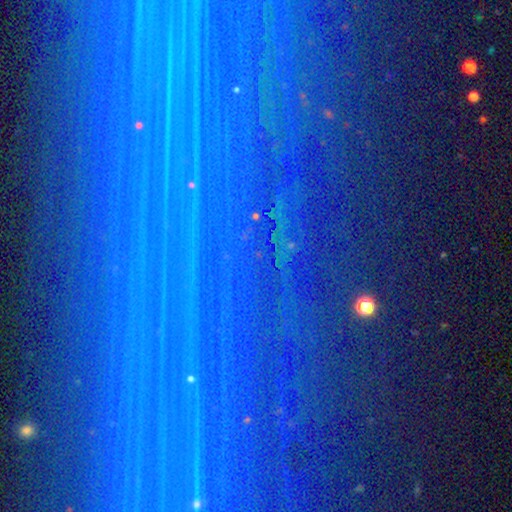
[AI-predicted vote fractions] Smooth or featured: star or artifact — 87% (featured or disk — 7%)